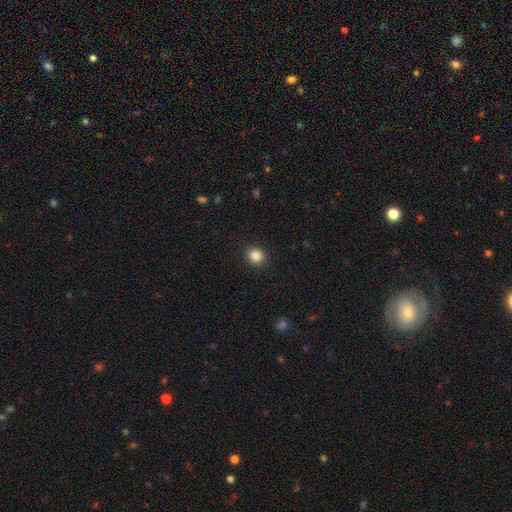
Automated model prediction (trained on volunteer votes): Overall: smooth (85%). How rounded: round (82%). Merging: none (90%).